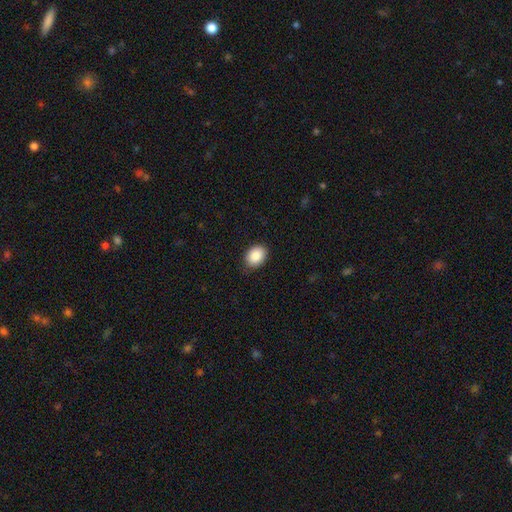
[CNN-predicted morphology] smooth 88%, star or artifact 8%, featured or disk 4%. Down the decision tree: how rounded — in between (72%); merging — none (83%).